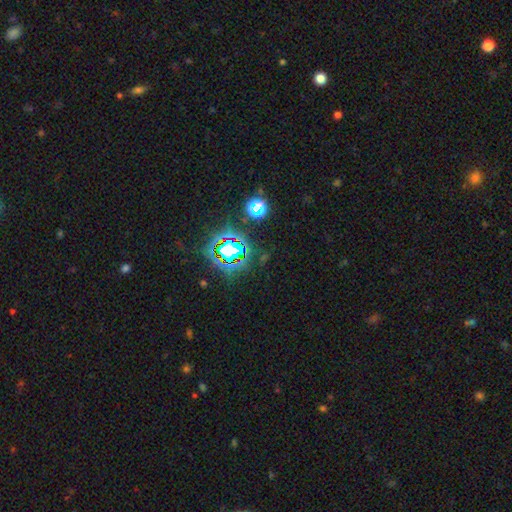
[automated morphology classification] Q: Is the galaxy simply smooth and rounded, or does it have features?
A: star or artifact — 79%.